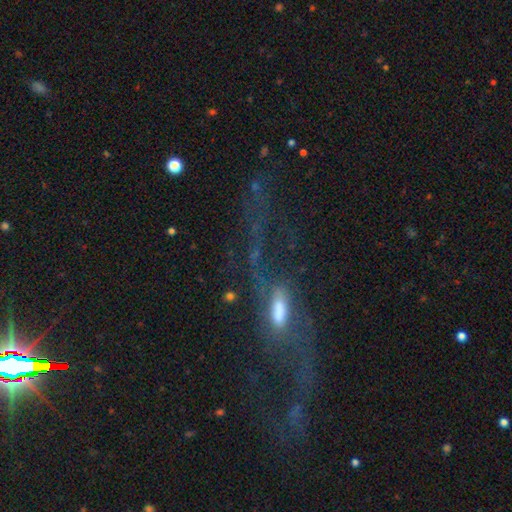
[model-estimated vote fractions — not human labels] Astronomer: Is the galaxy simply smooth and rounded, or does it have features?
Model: featured or disk — 78%.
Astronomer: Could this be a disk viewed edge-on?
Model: no — 80%.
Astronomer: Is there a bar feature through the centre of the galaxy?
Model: weak — 44% (runner-up: no, 30%).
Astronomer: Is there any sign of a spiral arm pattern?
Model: yes — 87%.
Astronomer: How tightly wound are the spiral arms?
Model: loose — 85%.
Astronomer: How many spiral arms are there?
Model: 2 — 90%.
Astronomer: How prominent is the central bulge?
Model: moderate — 48% (runner-up: small, 32%).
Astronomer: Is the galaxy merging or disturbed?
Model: none — 55%.